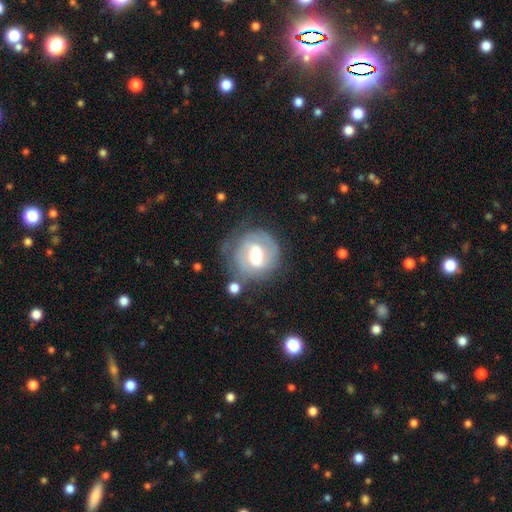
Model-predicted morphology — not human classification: Q: Smooth or featured?
A: featured or disk (66%); runner-up: smooth (27%)
Q: Edge-on disk?
A: no (97%); runner-up: yes (3%)
Q: Bar?
A: weak (51%); runner-up: strong (27%)
Q: Spiral arms?
A: yes (78%); runner-up: no (22%)
Q: Spiral winding?
A: tight (49%); runner-up: medium (36%)
Q: Spiral arm count?
A: 2 (57%); runner-up: can't tell (24%)
Q: Bulge size?
A: moderate (59%); runner-up: large (27%)
Q: Merging?
A: none (56%); runner-up: minor disturbance (23%)